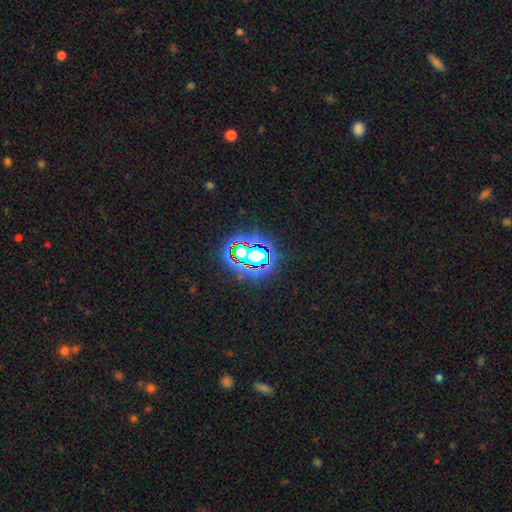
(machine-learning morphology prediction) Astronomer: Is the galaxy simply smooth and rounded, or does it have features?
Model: star or artifact — 67%.